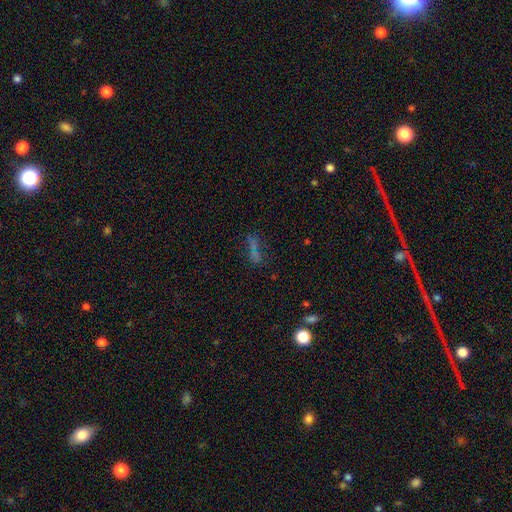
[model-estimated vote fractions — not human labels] Overall: smooth (46%; star or artifact 31%). Merging: none (55%; minor disturbance 16%).